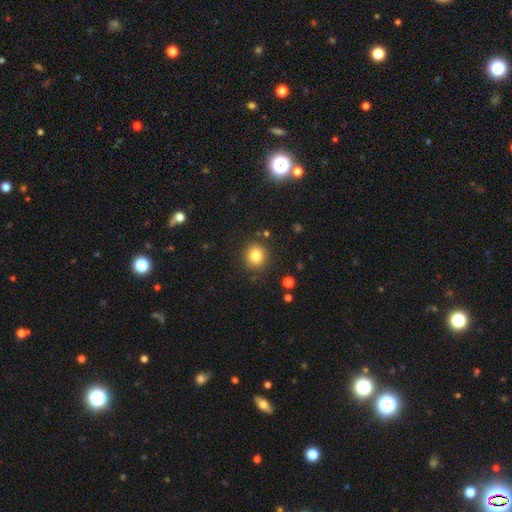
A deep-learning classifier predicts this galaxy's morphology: This is clearly a smooth galaxy (82%). How rounded: clearly round (87%). Merging: clearly none (86%).